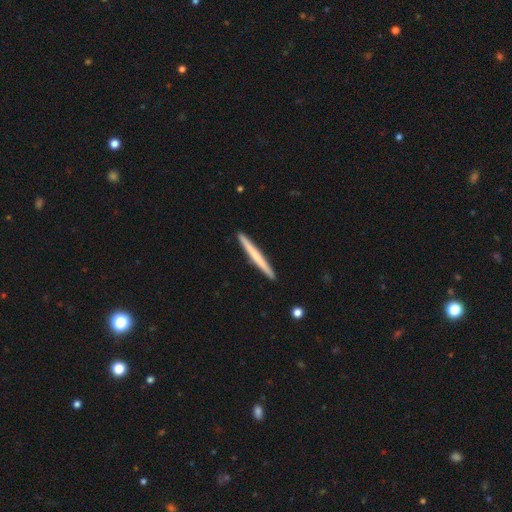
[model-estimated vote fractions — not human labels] smooth_or_featured: smooth (p=0.58) [alt: featured or disk p=0.38]
how_rounded: cigar-shaped (p=0.97) [alt: in between p=0.02]
merging: none (p=0.93) [alt: minor disturbance p=0.05]